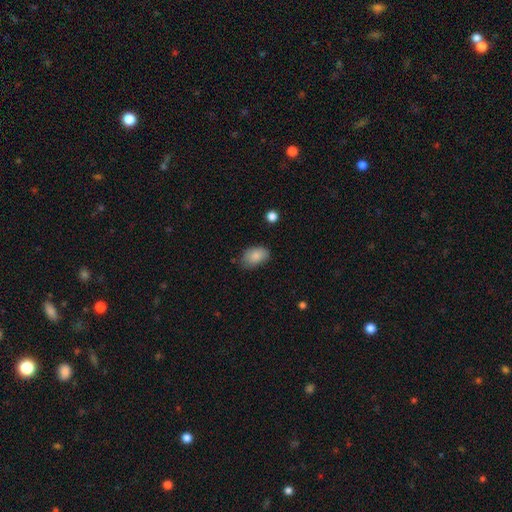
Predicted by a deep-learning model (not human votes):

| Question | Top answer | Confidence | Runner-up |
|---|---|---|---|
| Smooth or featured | smooth | 86% | star or artifact (7%) |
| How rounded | in between | 89% | round (10%) |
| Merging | none | 72% | minor disturbance (22%) |